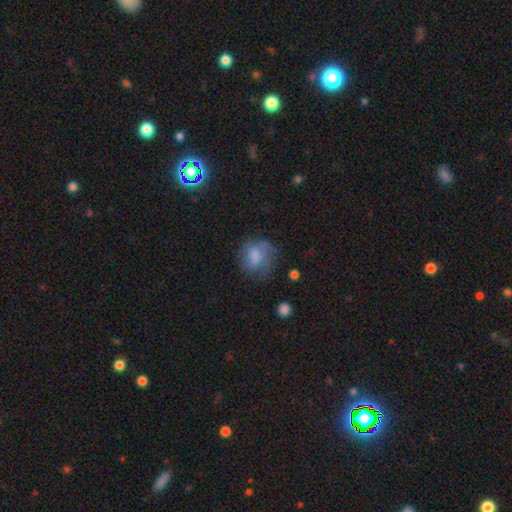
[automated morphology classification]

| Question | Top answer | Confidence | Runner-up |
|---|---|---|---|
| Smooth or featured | smooth | 62% | featured or disk (28%) |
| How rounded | round | 66% | in between (33%) |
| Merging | none | 50% | minor disturbance (26%) |